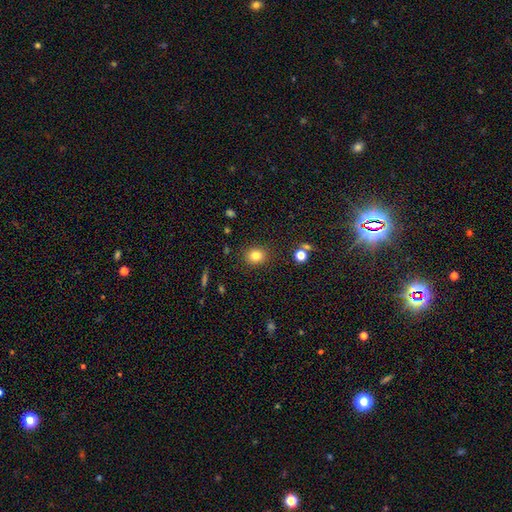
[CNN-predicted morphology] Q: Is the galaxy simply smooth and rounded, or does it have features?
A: smooth — 81%.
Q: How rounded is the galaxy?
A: round — 73%.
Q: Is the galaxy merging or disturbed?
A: none — 88%.